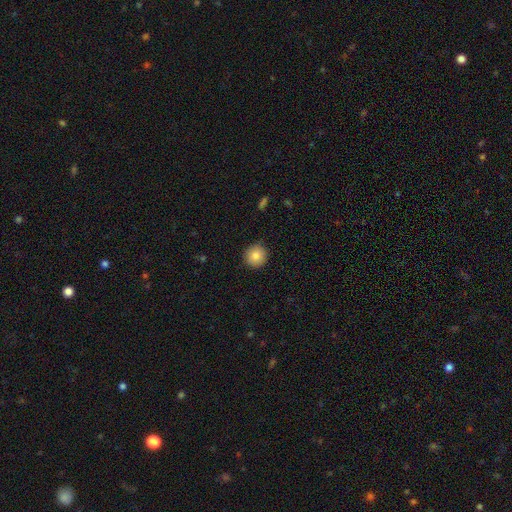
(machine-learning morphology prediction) This is clearly a smooth galaxy (84%). How rounded: clearly round (93%). Merging: clearly none (89%).